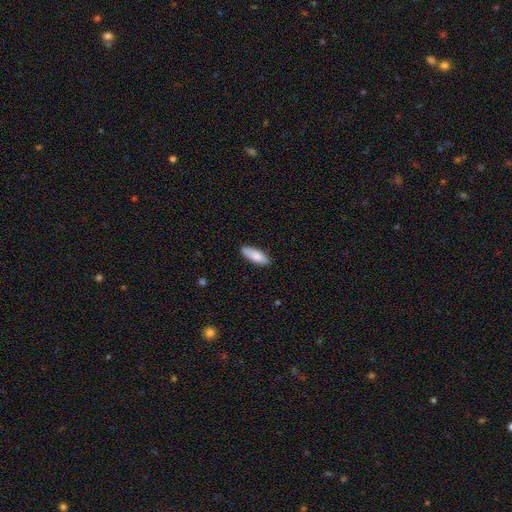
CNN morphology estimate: This is clearly a smooth galaxy (85%). How rounded: likely in between (64%). Merging: clearly none (87%).